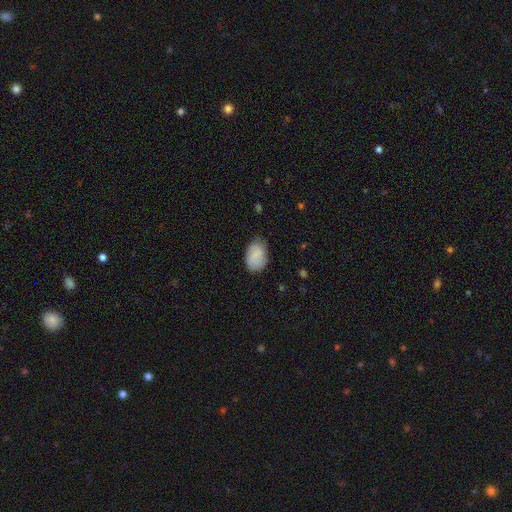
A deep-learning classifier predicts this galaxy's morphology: smooth 84%, featured or disk 9%, star or artifact 7%. Down the decision tree: how rounded — in between (88%); merging — none (68%).